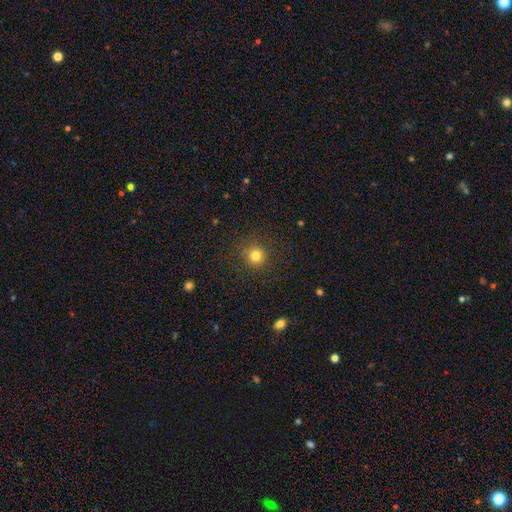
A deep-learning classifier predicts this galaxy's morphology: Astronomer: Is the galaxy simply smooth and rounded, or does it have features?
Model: smooth — 80%.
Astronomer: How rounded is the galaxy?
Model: round — 93%.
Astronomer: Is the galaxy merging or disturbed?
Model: none — 87%.